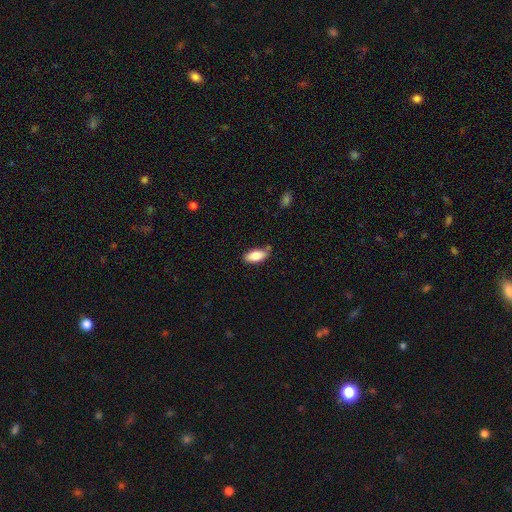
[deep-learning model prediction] smooth 82%, featured or disk 11%, star or artifact 7%. Down the decision tree: how rounded — in between (87%); merging — none (73%).